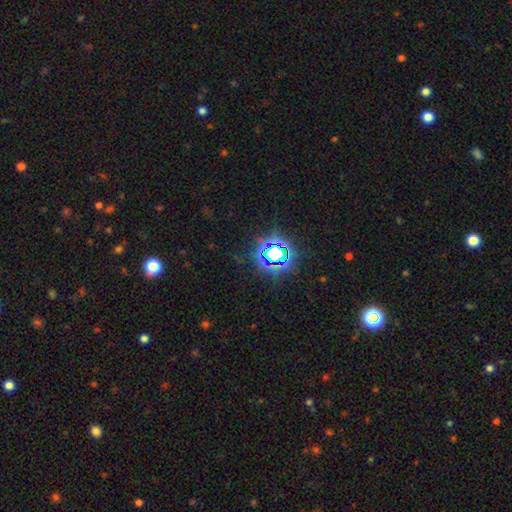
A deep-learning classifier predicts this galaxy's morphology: The model was most divided on "smooth or featured": star or artifact: 79%, smooth: 14%, featured or disk: 7%.